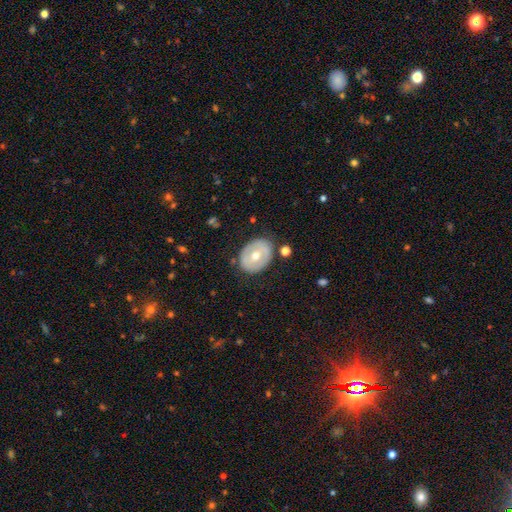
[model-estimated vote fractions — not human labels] Smooth or featured: featured or disk — 48% (smooth — 45%)
Merging: none — 81% (minor disturbance — 13%)